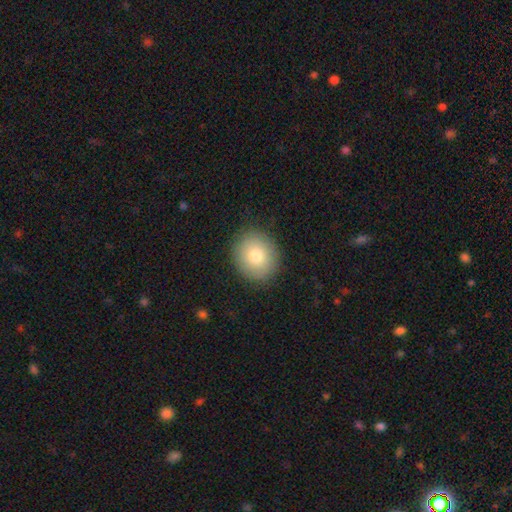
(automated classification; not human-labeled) This appears to be a smooth galaxy with no disk features (78%) that is round (78%). Merging: none (89%).